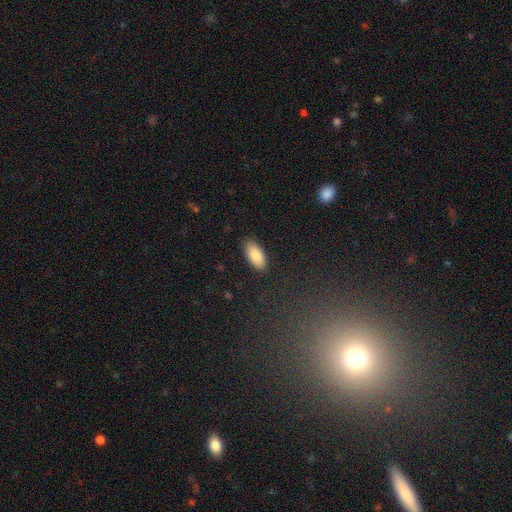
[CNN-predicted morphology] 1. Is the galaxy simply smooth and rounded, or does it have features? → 87% smooth, 6% featured or disk, 6% star or artifact.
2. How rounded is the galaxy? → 90% in between, 9% cigar-shaped, 2% round.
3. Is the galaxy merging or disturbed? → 87% none, 10% minor disturbance, 2% major disturbance, 1% merger.